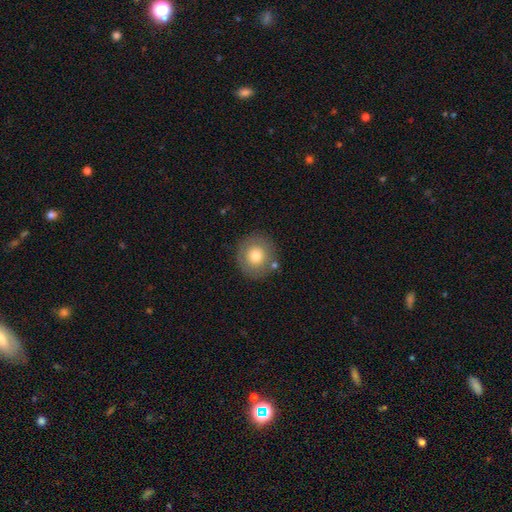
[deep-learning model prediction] This appears to be a smooth galaxy with no disk features (74%) that is round (93%). Merging: none (82%).